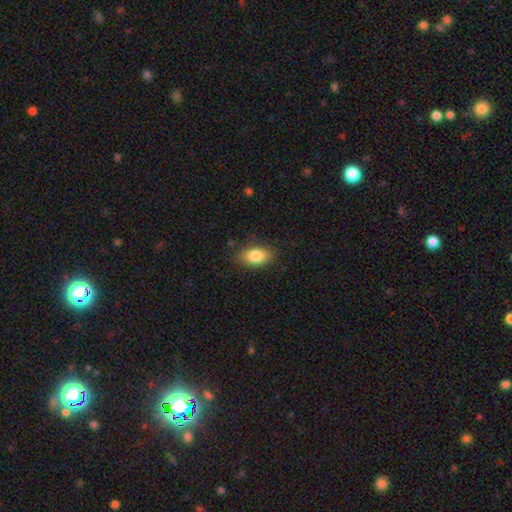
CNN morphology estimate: Smooth or featured? Predicted: smooth (p=0.83). How rounded? Predicted: in between (p=0.87). Merging? Predicted: none (p=0.82).